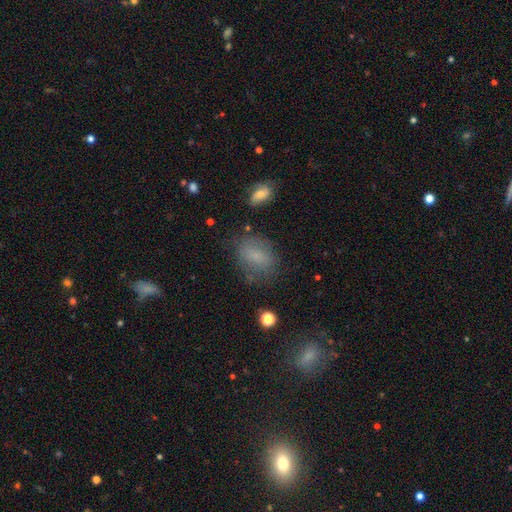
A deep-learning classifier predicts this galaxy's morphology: This appears to be a smooth galaxy with no disk features (71%) that is in between round and cigar-shaped (75%). Merging: none (66%).